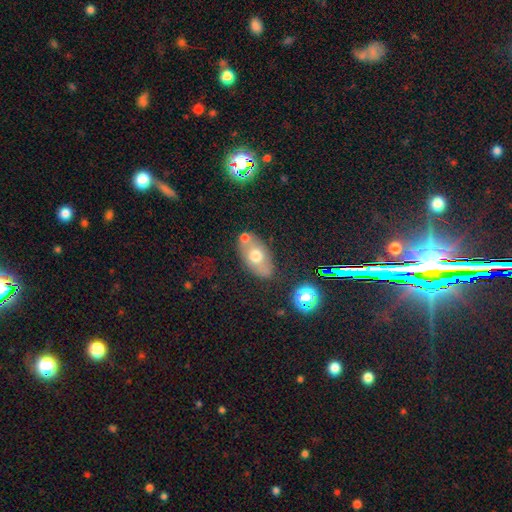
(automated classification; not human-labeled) Smooth or featured? smooth (60%)
How rounded? in between (88%)
Merging? none (62%)